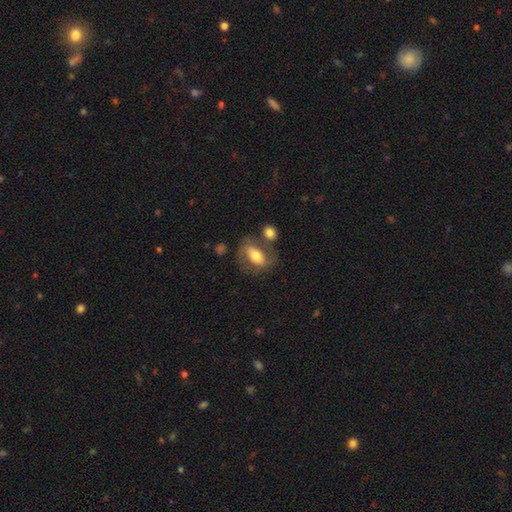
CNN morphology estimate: smooth 53%, featured or disk 40%, star or artifact 7%. Down the decision tree: how rounded — in between (82%); merging — none (53%).